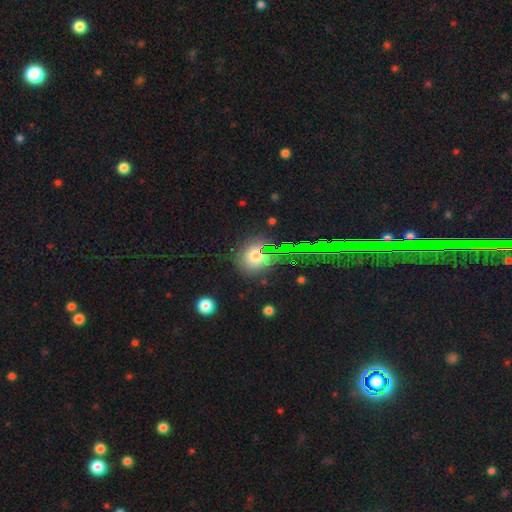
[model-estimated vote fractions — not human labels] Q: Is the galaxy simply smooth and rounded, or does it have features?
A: smooth — 68%.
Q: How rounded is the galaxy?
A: round — 78%.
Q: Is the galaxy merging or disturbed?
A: none — 80%.